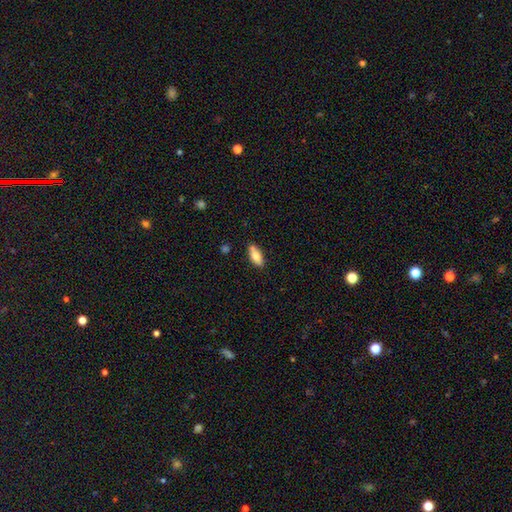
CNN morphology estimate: Smooth or featured? Predicted: smooth (p=0.76). How rounded? Predicted: in between (p=0.81). Merging? Predicted: none (p=0.76).